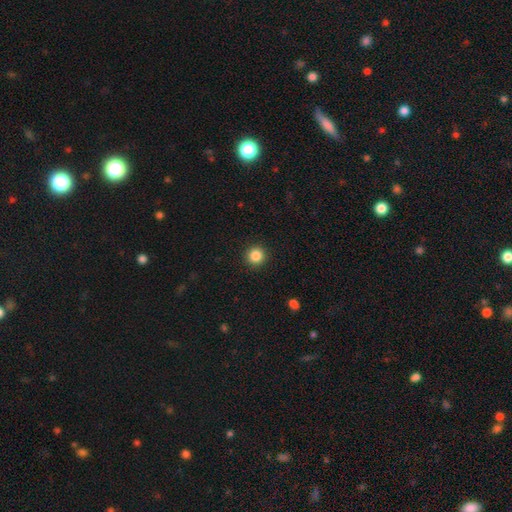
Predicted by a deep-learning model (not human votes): Q: Smooth or featured?
A: smooth (85%); runner-up: star or artifact (11%)
Q: How rounded?
A: round (95%); runner-up: in between (4%)
Q: Merging?
A: none (93%); runner-up: minor disturbance (5%)